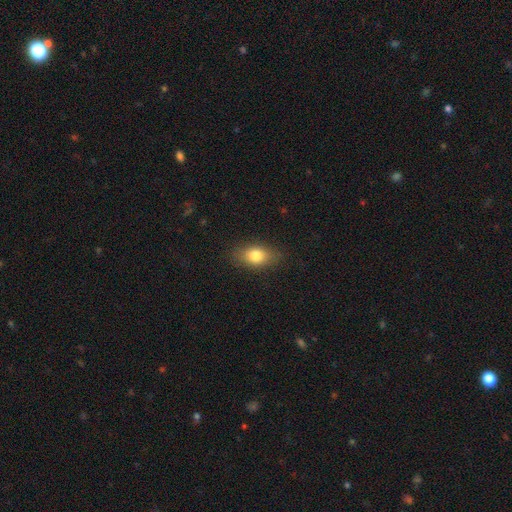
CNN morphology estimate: Smooth or featured?
  - smooth: 79% *
  - featured or disk: 11%
  - star or artifact: 10%
How rounded?
  - in between: 76% *
  - round: 20%
  - cigar-shaped: 3%
Merging?
  - none: 83% *
  - minor disturbance: 12%
  - major disturbance: 3%
  - merger: 1%